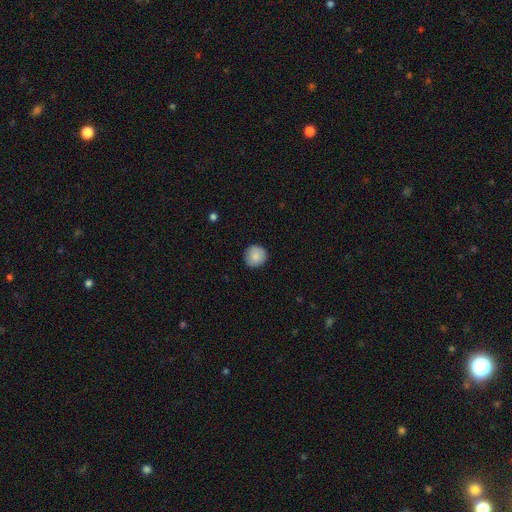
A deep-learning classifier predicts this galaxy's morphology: type=smooth (85%); roundness=round (95%); merging=none (90%).